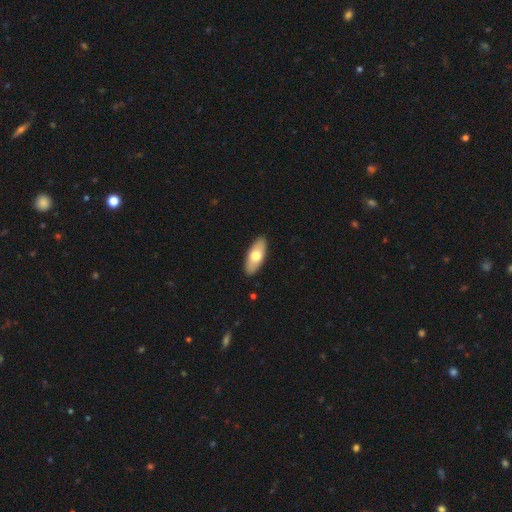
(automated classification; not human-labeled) Smooth or featured? smooth (67%)
How rounded? in between (84%)
Merging? none (90%)